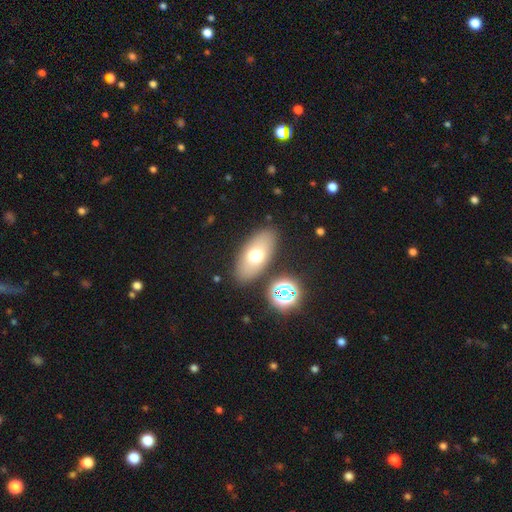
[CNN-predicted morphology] The model was most divided on "smooth or featured": smooth: 67%, featured or disk: 23%, star or artifact: 10%. More confident: how rounded — in between (88%); merging — none (84%).